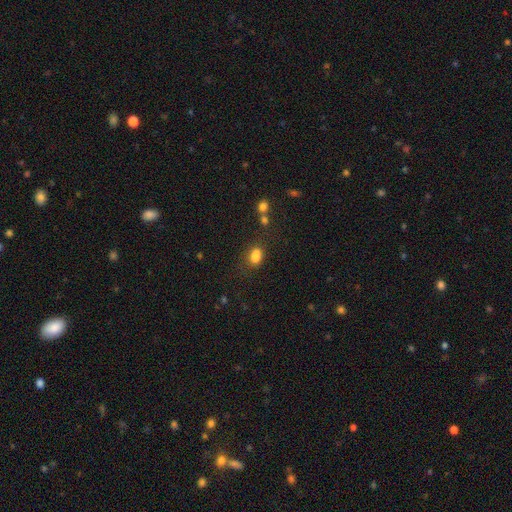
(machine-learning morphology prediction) smooth 81%, star or artifact 13%, featured or disk 7%. Down the decision tree: how rounded — in between (73%); merging — none (55%).